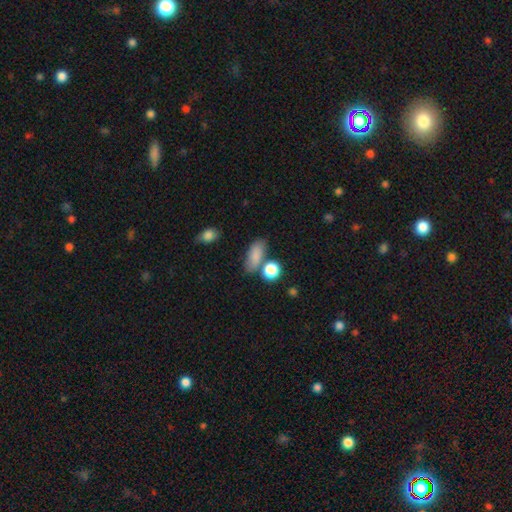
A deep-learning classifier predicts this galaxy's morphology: Q: Smooth or featured?
A: smooth (83%); runner-up: star or artifact (9%)
Q: How rounded?
A: in between (79%); runner-up: round (10%)
Q: Merging?
A: none (65%); runner-up: minor disturbance (16%)